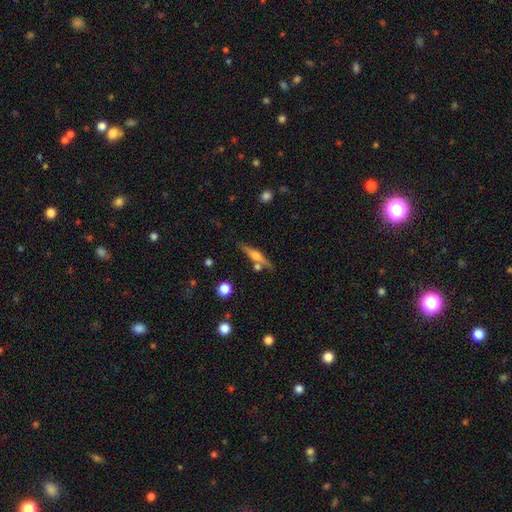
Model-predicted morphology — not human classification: The model was most divided on "smooth or featured": featured or disk: 59%, smooth: 33%, star or artifact: 7%. More confident: edge-on disk — yes (95%); edge-on bulge — rounded (82%); merging — none (74%).